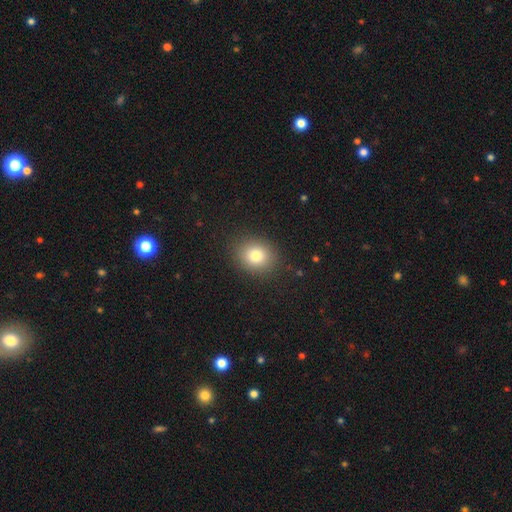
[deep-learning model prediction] Morphology: type=smooth (79%); roundness=round (70%); merging=none (88%).